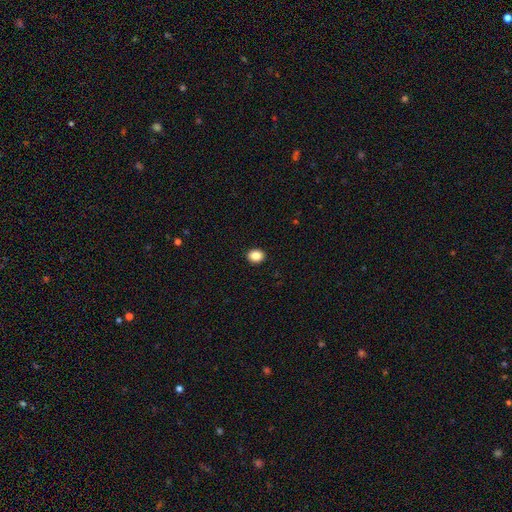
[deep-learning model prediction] smooth_or_featured: smooth (p=0.87) [alt: star or artifact p=0.09]
how_rounded: round (p=0.58) [alt: in between p=0.41]
merging: none (p=0.92) [alt: minor disturbance p=0.05]